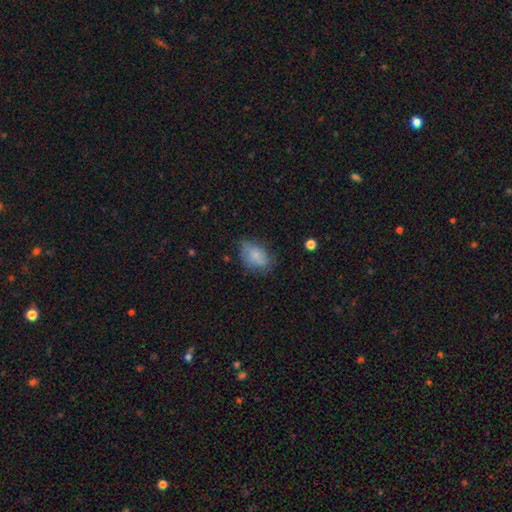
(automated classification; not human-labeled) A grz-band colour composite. It shows a smooth galaxy with no disk features (76%) that is in between round and cigar-shaped (83%). Merging: none (61%).